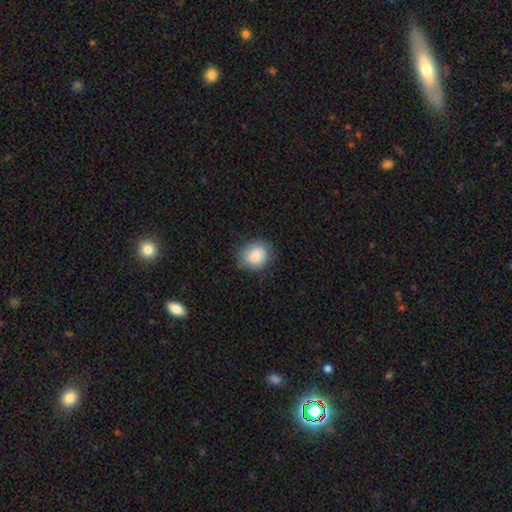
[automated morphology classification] smooth_or_featured: smooth (p=0.84) [alt: featured or disk p=0.09]
how_rounded: round (p=0.66) [alt: in between p=0.33]
merging: none (p=0.77) [alt: minor disturbance p=0.17]